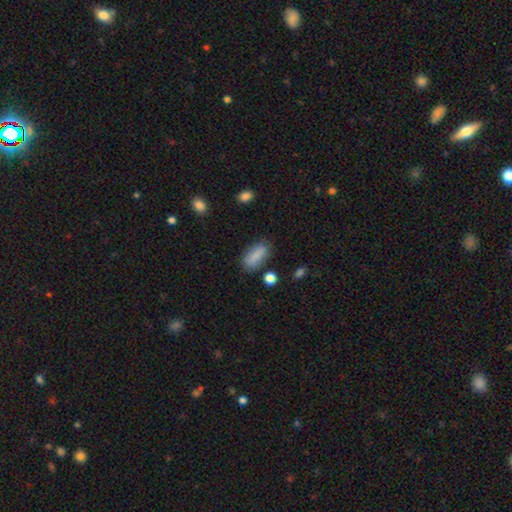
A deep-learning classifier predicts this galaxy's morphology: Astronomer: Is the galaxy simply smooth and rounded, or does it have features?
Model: smooth — 84%.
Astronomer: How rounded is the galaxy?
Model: in between — 75%.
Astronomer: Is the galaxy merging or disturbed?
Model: none — 76%.